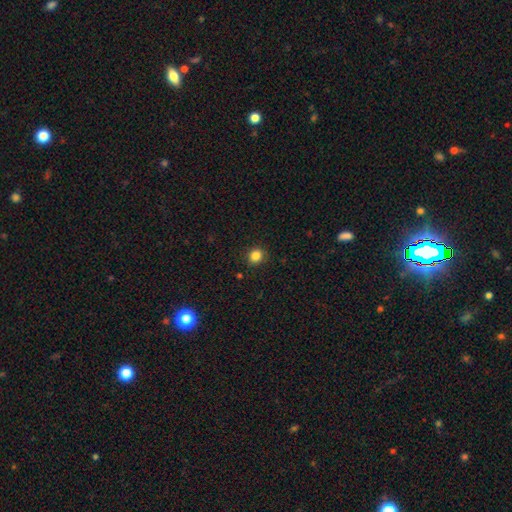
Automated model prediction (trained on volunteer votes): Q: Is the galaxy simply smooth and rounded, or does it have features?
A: smooth — 84%.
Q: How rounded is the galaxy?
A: round — 82%.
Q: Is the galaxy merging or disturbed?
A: none — 89%.